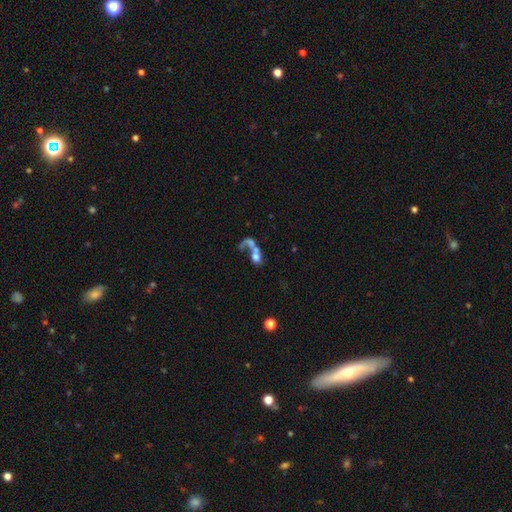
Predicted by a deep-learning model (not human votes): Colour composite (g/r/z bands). It shows a smooth galaxy with no disk features (46%). Merging: merger (60%).